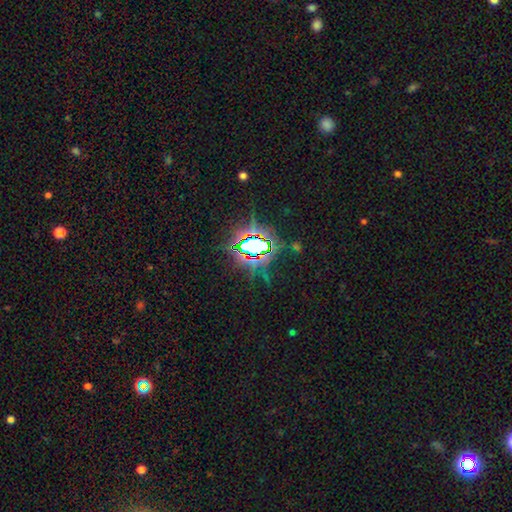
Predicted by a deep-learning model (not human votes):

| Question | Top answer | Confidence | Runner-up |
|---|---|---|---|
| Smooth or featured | star or artifact | 77% | smooth (13%) |